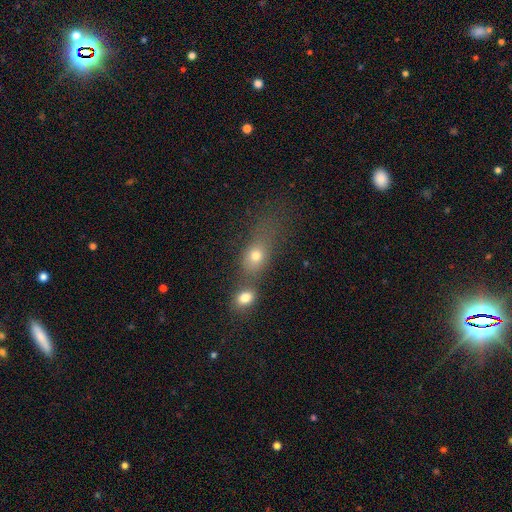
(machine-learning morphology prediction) Smooth or featured? Predicted: smooth (p=0.70). How rounded? Predicted: in between (p=0.51). Merging? Predicted: merger (p=0.49).